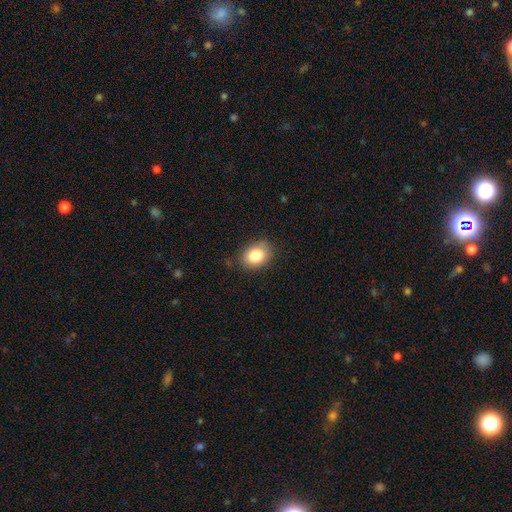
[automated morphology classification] smooth 84%, star or artifact 8%, featured or disk 8%. Down the decision tree: how rounded — in between (73%); merging — none (78%).